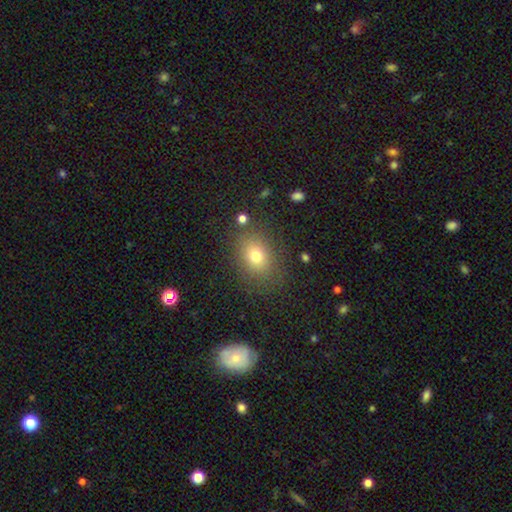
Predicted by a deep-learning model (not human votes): Smooth or featured: smooth — 74% (star or artifact — 14%)
How rounded: in between — 57% (round — 42%)
Merging: none — 82% (minor disturbance — 11%)